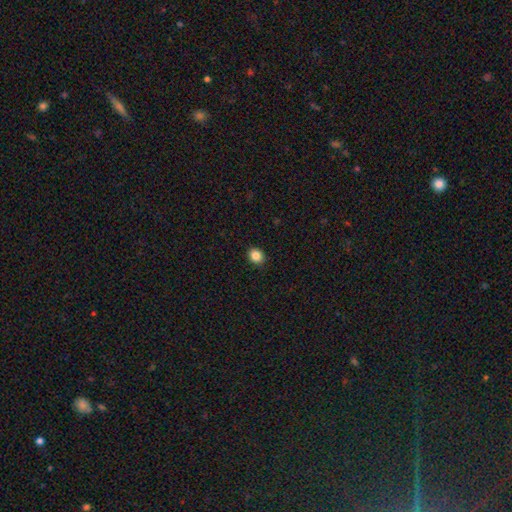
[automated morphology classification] This appears to be a smooth galaxy with no disk features (86%) that is round (63%). Merging: none (91%).